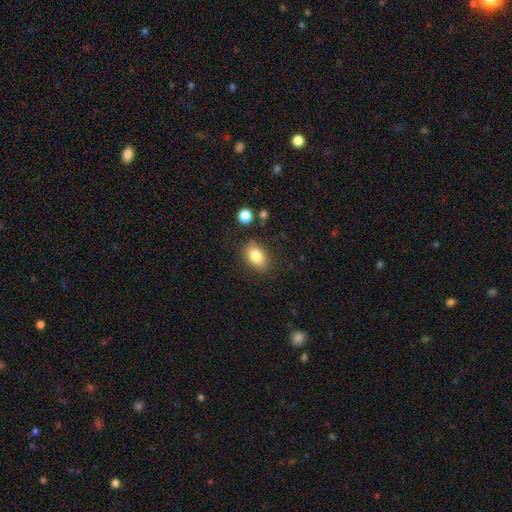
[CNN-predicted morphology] smooth 82%, featured or disk 10%, star or artifact 9%. Down the decision tree: how rounded — in between (82%); merging — none (83%).